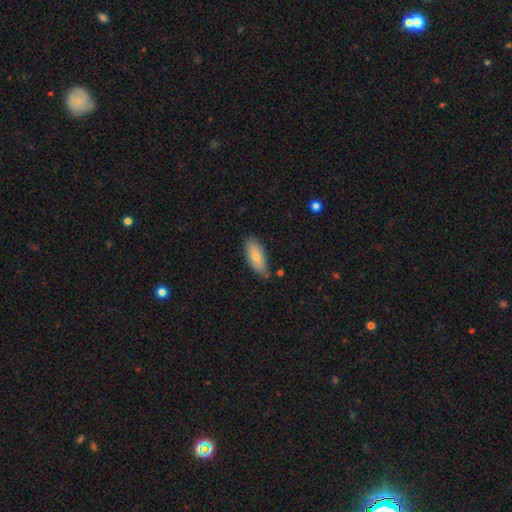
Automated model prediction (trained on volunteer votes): Smooth or featured? Predicted: smooth (p=0.75). How rounded? Predicted: in between (p=0.85). Merging? Predicted: none (p=0.77).